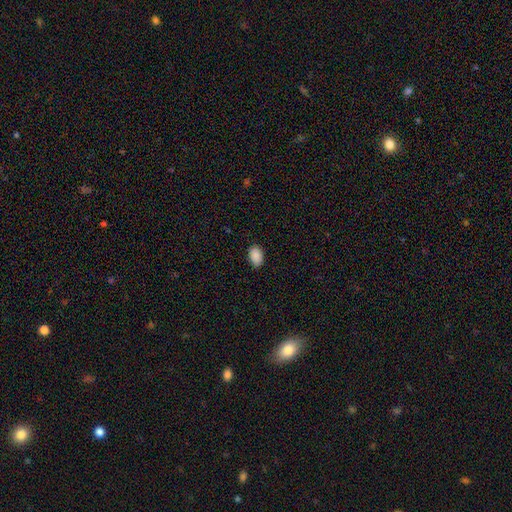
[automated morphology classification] The model was most divided on "how rounded": in between: 85%, round: 14%, cigar-shaped: 1%. More confident: smooth or featured — smooth (90%); merging — none (85%).